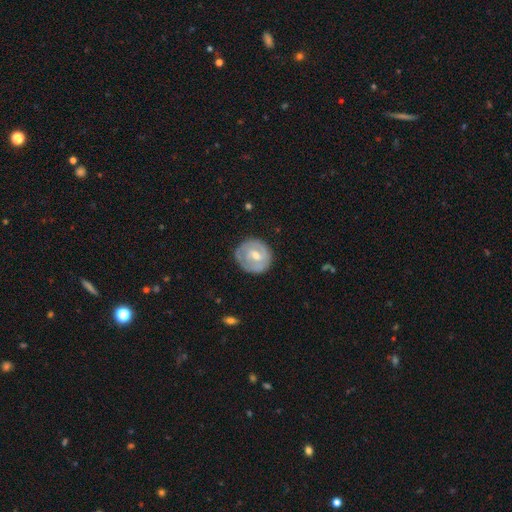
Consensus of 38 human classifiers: Smooth or featured? featured or disk (79%)
Edge-on disk? no (93%)
Bar? weak (71%)
Spiral arms? yes (100%)
Spiral winding? tight (46%)
Spiral arm count? 2 (89%)
Bulge size? small (61%)
Merging? none (72%)